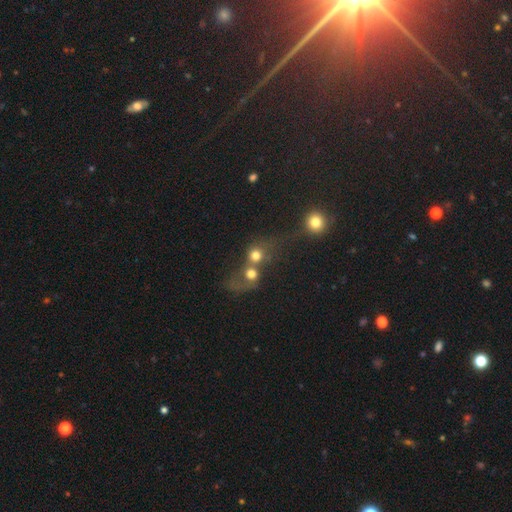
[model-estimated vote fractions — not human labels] This is likely a smooth galaxy (70%). How rounded: clearly round (85%). Merging: possibly merger (58%).